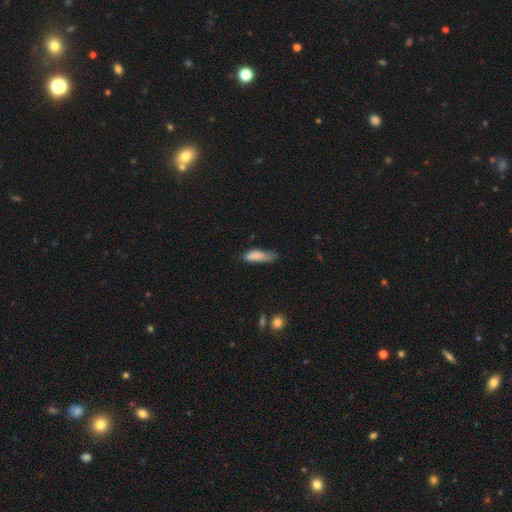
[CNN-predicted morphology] This is likely a smooth galaxy (80%). How rounded: possibly in between (60%). Merging: marginally minor disturbance (42%).